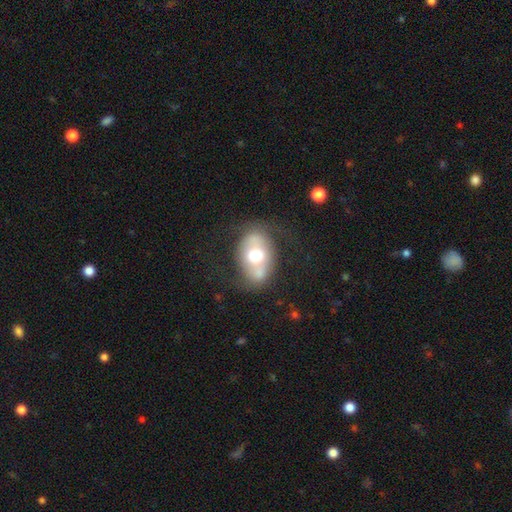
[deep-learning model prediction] smooth_or_featured: smooth (p=0.48) [alt: featured or disk p=0.44]
merging: none (p=0.57) [alt: minor disturbance p=0.21]